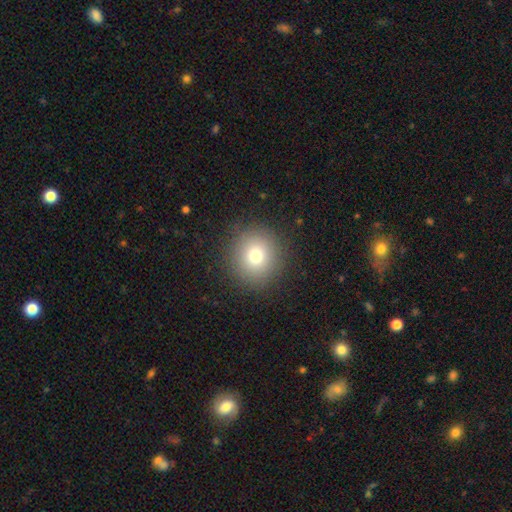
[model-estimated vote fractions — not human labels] smooth 75%, star or artifact 14%, featured or disk 11%. Down the decision tree: how rounded — round (92%); merging — none (89%).